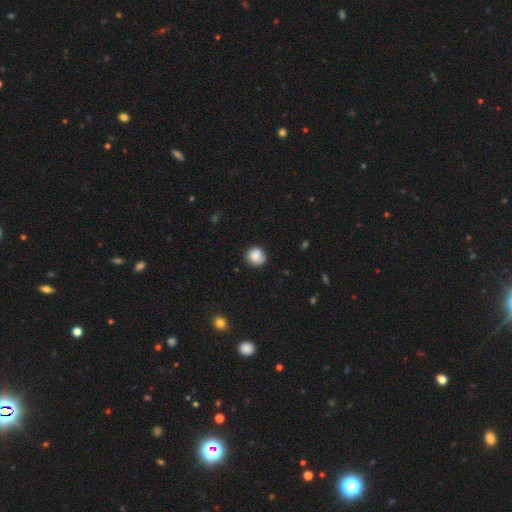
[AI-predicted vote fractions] Q: Smooth or featured?
A: smooth (83%); runner-up: featured or disk (9%)
Q: How rounded?
A: round (87%); runner-up: in between (12%)
Q: Merging?
A: none (76%); runner-up: minor disturbance (18%)